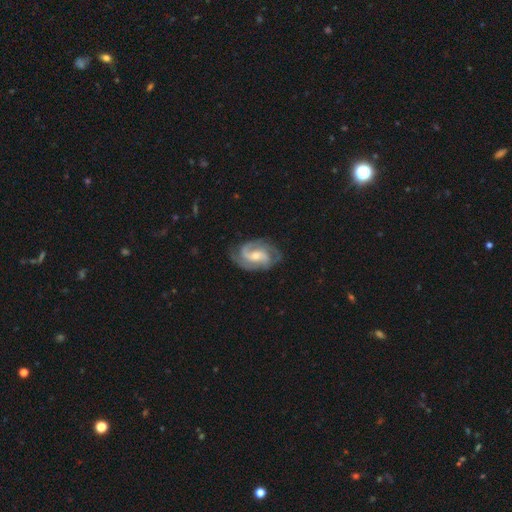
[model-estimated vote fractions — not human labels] Smooth or featured?
  - featured or disk: 88% *
  - smooth: 8%
  - star or artifact: 4%
Edge-on disk?
  - no: 97% *
  - yes: 3%
Bar?
  - weak: 43% *
  - no: 39%
  - strong: 18%
Spiral arms?
  - yes: 97% *
  - no: 3%
Spiral winding?
  - medium: 50% *
  - tight: 35%
  - loose: 15%
Spiral arm count?
  - 2: 49% *
  - 3: 31%
  - can't tell: 9%
  - 4: 4%
  - 1: 4%
  - more than 4: 3%
Bulge size?
  - small: 48% *
  - moderate: 46%
  - large: 3%
  - none: 2%
  - dominant: 1%
Merging?
  - none: 73% *
  - minor disturbance: 18%
  - major disturbance: 7%
  - merger: 1%